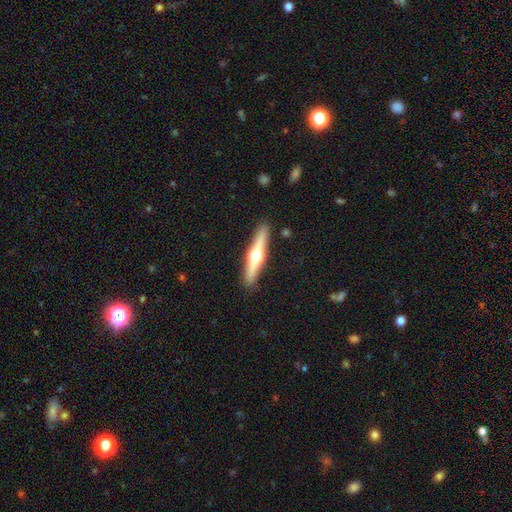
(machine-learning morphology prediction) featured or disk 65%, smooth 29%, star or artifact 5%. Down the decision tree: edge-on disk — yes (97%); edge-on bulge — rounded (96%); merging — none (90%).